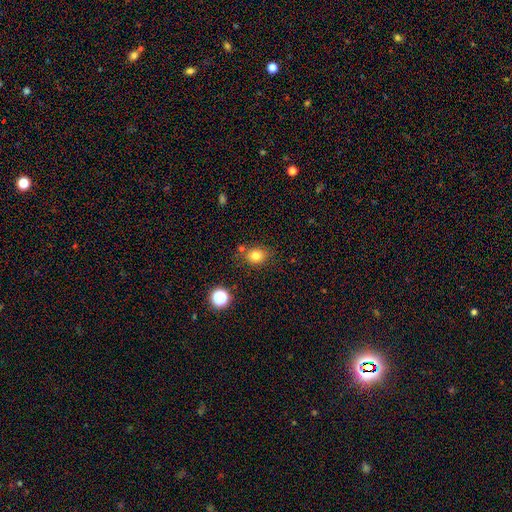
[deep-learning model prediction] smooth_or_featured: smooth (p=0.79) [alt: star or artifact p=0.13]
how_rounded: round (p=0.56) [alt: in between p=0.43]
merging: none (p=0.75) [alt: minor disturbance p=0.14]